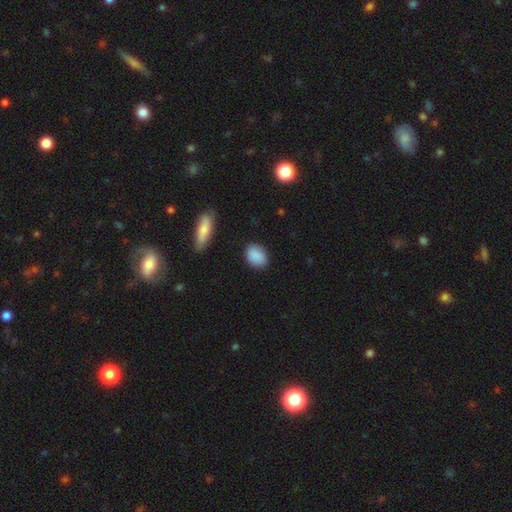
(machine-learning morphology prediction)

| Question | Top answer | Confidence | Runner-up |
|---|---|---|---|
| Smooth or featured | smooth | 88% | star or artifact (7%) |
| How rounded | in between | 71% | round (27%) |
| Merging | none | 83% | minor disturbance (12%) |